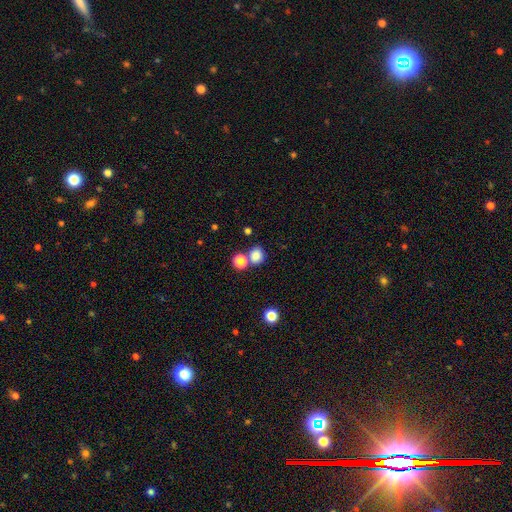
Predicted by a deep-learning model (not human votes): A smooth galaxy with no disk features (83%) that is round (72%). Merging: none (60%).